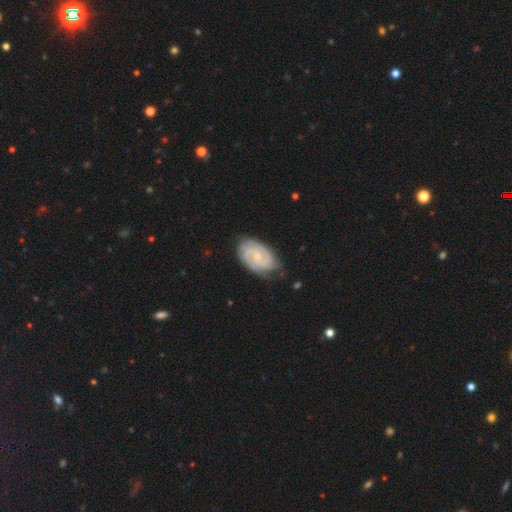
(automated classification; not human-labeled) smooth-or-featured: featured or disk: 81% | smooth: 13% | star or artifact: 5%
  disk-edge-on: no: 97% | yes: 3%
    bar: no: 60% | weak: 35% | strong: 5%
    has-spiral-arms: yes: 97% | no: 3%
      spiral-winding: tight: 63% | medium: 31% | loose: 6%
      spiral-arm-count: 2: 50% | 3: 20% | can't tell: 18% | 4: 5% | 1: 4% | more than 4: 3%
    bulge-size: small: 73% | moderate: 18% | none: 8% | large: 1% | dominant: 1%
  merging: none: 74% | minor disturbance: 20% | major disturbance: 5% | merger: 1%